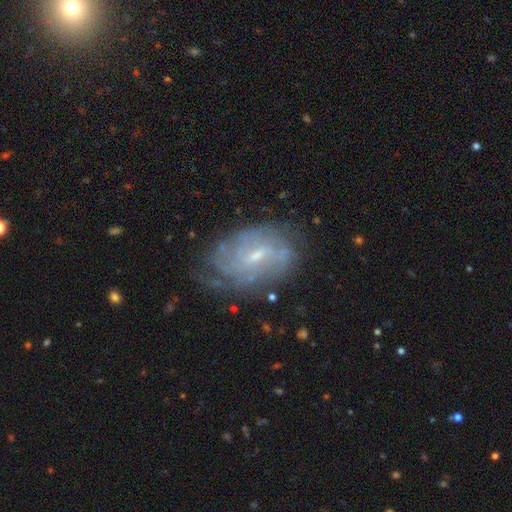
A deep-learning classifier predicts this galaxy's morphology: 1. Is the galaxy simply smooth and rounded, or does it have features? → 76% featured or disk, 16% smooth, 8% star or artifact.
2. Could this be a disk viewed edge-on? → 95% no, 5% yes.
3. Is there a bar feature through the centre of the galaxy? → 59% weak, 26% no, 15% strong.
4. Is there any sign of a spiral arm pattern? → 86% yes, 14% no.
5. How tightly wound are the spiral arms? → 57% tight, 31% medium, 12% loose.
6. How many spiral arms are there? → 55% can't tell, 15% 2, 10% 3, 10% 4, 5% more than 4, 4% 1.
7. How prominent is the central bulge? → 61% small, 33% moderate, 5% none, 1% large, 1% dominant.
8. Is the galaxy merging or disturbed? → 65% none, 24% minor disturbance, 10% major disturbance, 2% merger.